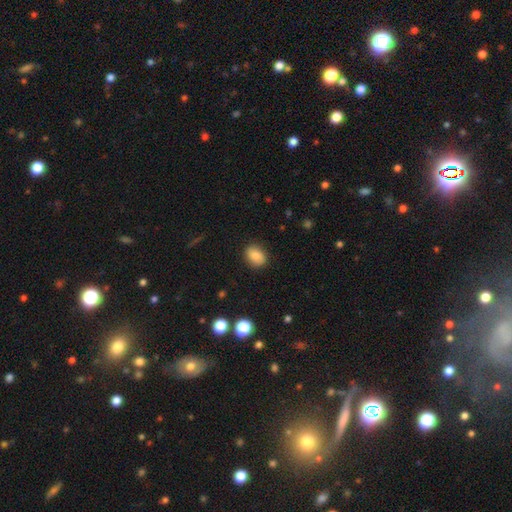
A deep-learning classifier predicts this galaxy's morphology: A smooth galaxy with no disk features (84%) that is in between round and cigar-shaped (60%). Merging: none (87%).